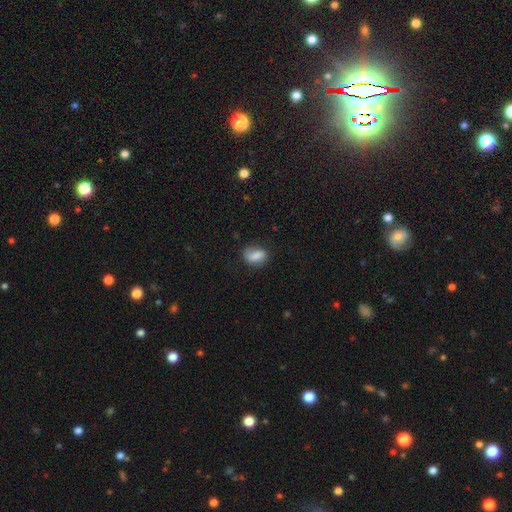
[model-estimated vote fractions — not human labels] Smooth or featured?
  - smooth: 74% *
  - featured or disk: 17%
  - star or artifact: 8%
How rounded?
  - in between: 76% *
  - round: 22%
  - cigar-shaped: 2%
Merging?
  - none: 64% *
  - minor disturbance: 25%
  - major disturbance: 9%
  - merger: 2%